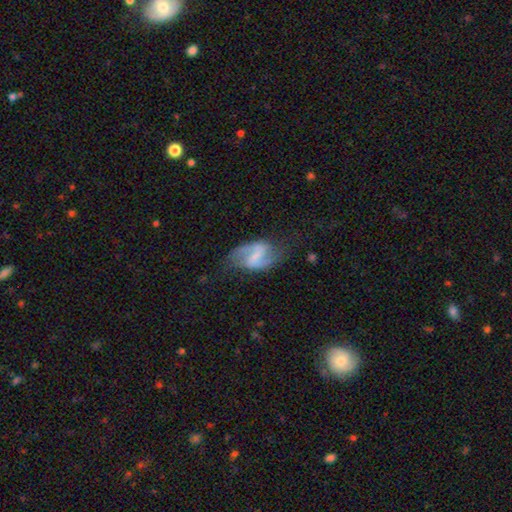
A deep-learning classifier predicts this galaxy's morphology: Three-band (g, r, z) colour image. It shows a featured or disk galaxy (79%) with a strong bar (50%), 2 (91%) loose (51%) spiral arms (92%) and no central bulge (45%). Merging: none (68%).